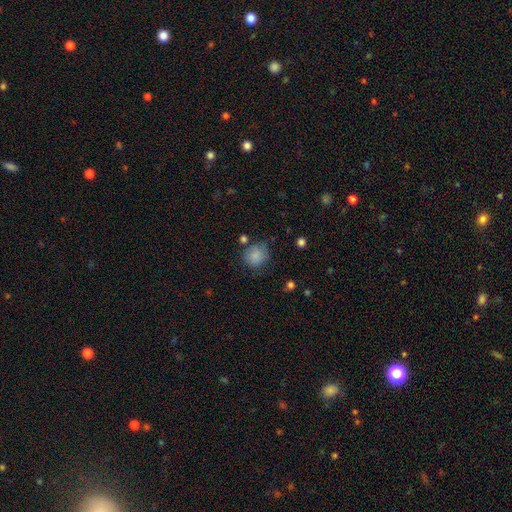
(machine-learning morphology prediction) Smooth or featured? smooth (84%)
How rounded? round (80%)
Merging? none (67%)